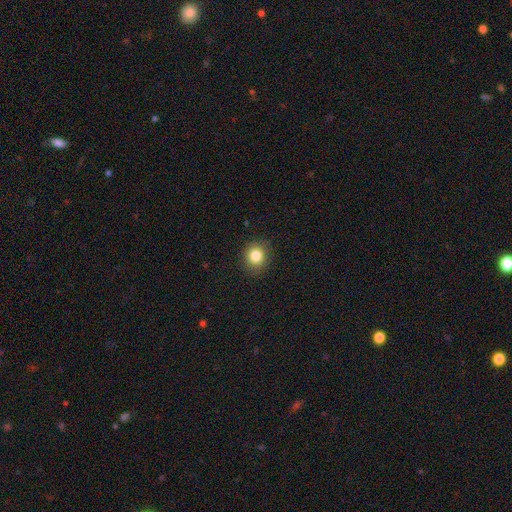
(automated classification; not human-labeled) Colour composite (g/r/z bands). It shows a smooth galaxy with no disk features (82%) that is round (77%). Merging: none (89%).